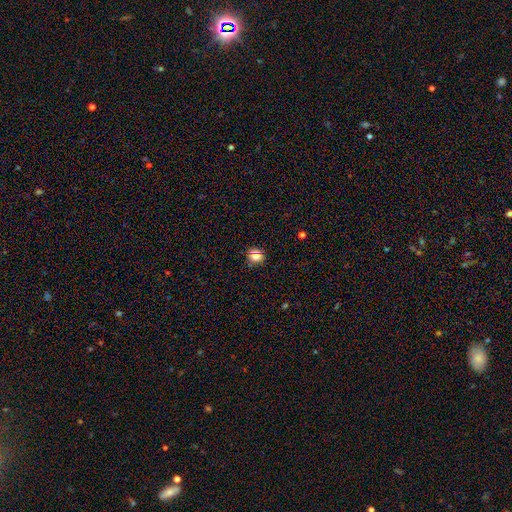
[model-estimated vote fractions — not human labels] A smooth galaxy with no disk features (77%) that is round (76%). Merging: none (80%).